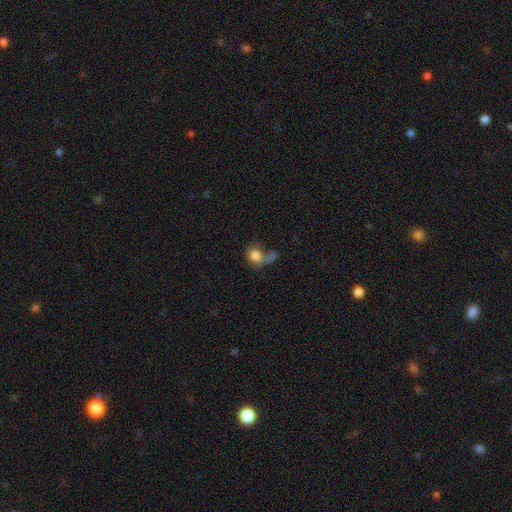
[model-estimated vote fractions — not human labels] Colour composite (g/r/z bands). It shows a smooth galaxy with no disk features (70%) that is round (50%). Merging: major disturbance (36%).